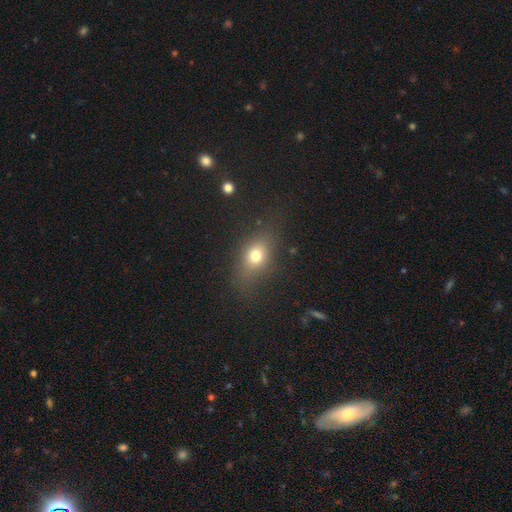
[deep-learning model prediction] smooth 72%, star or artifact 14%, featured or disk 14%. Down the decision tree: how rounded — in between (62%); merging — none (71%).